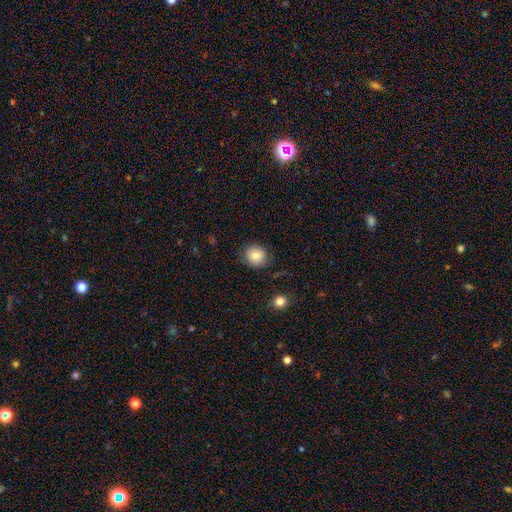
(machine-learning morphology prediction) The model was most divided on "smooth or featured": smooth: 82%, star or artifact: 9%, featured or disk: 9%. More confident: how rounded — round (87%); merging — none (84%).